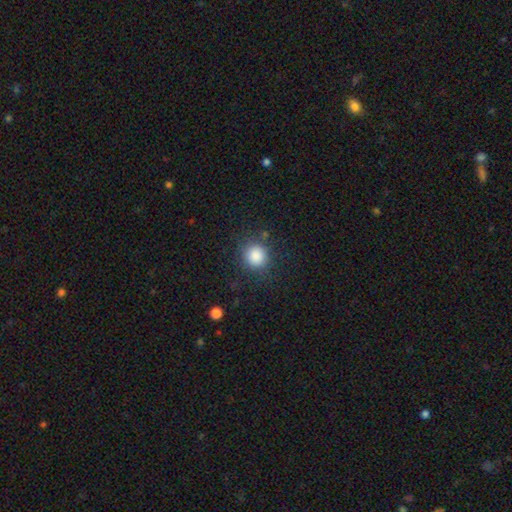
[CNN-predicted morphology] Q: Smooth or featured?
A: smooth (86%); runner-up: star or artifact (10%)
Q: How rounded?
A: round (88%); runner-up: in between (11%)
Q: Merging?
A: none (83%); runner-up: minor disturbance (11%)